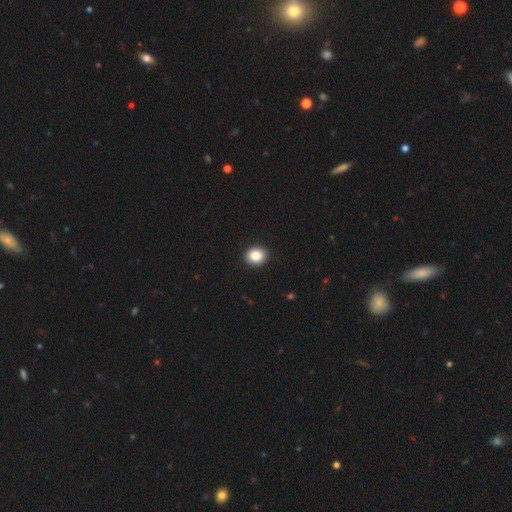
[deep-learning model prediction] Morphology: type=smooth (88%); roundness=round (70%); merging=none (92%).